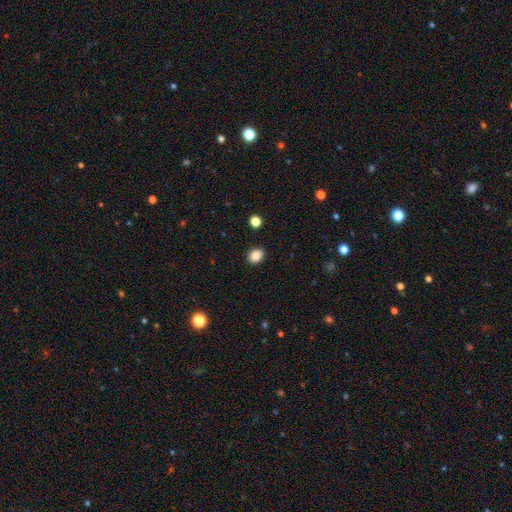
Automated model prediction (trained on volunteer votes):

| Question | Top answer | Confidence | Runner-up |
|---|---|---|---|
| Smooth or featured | smooth | 87% | star or artifact (9%) |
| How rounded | in between | 55% | round (44%) |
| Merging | none | 90% | minor disturbance (7%) |